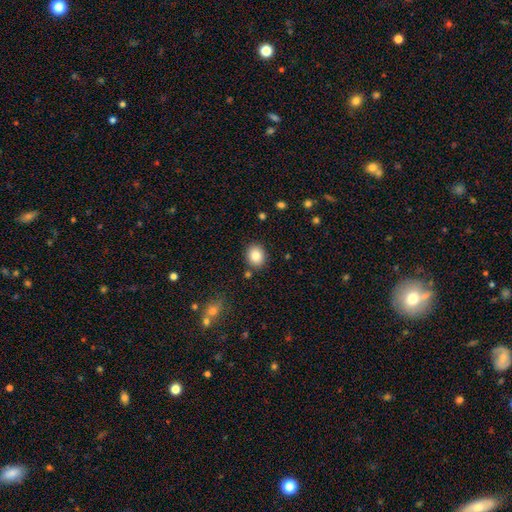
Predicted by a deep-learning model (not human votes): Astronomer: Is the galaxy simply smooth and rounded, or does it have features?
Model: smooth — 84%.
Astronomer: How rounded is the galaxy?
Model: round — 63%.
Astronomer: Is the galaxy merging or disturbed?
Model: none — 86%.